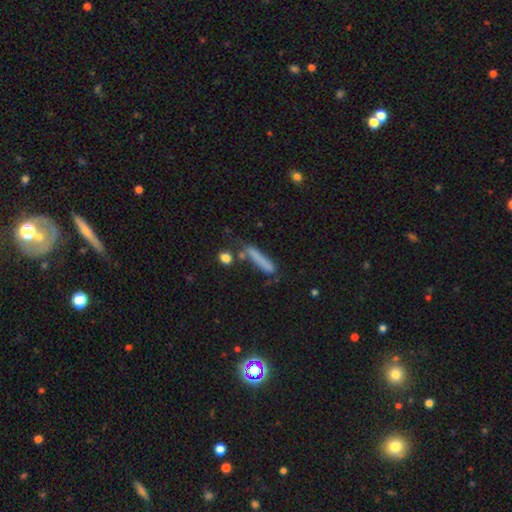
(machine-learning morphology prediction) A smooth galaxy with no disk features (70%) that is cigar-shaped (88%). Merging: none (65%).